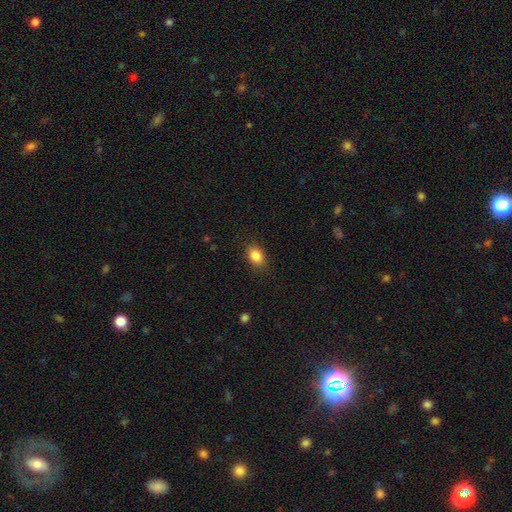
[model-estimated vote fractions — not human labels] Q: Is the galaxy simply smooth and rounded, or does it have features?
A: smooth — 86%.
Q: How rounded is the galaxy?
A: in between — 77%.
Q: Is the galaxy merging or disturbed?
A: none — 86%.